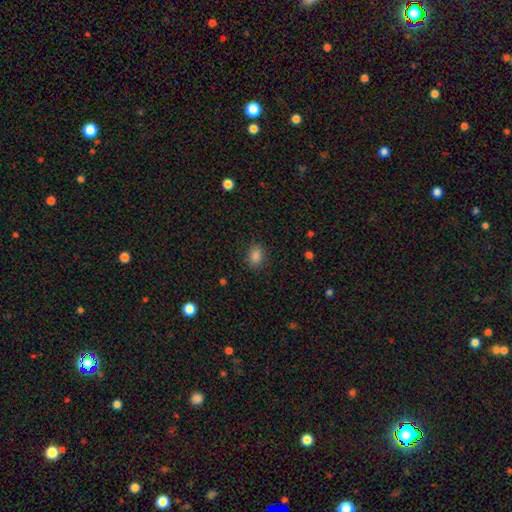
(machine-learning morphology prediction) A smooth galaxy with no disk features (85%) that is in between round and cigar-shaped (68%).

Vote fractions:
- Smooth or featured? smooth: 85% / star or artifact: 11% / featured or disk: 4%
- How rounded? in between: 68% / round: 30% / cigar-shaped: 1%
- Merging? none: 87% / minor disturbance: 10% / major disturbance: 3% / merger: 1%